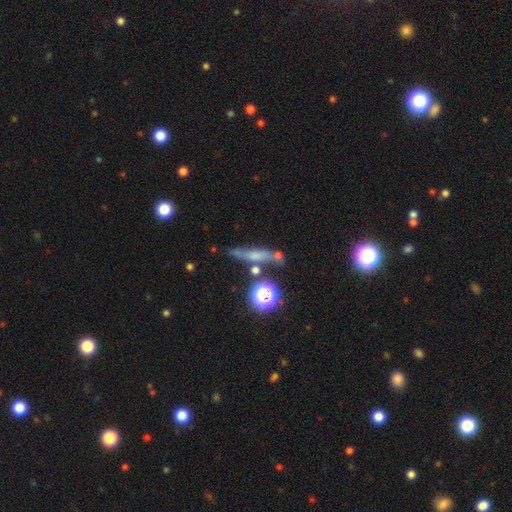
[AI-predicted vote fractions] Q: Smooth or featured?
A: smooth (45%); runner-up: featured or disk (34%)
Q: Merging?
A: none (65%); runner-up: minor disturbance (17%)